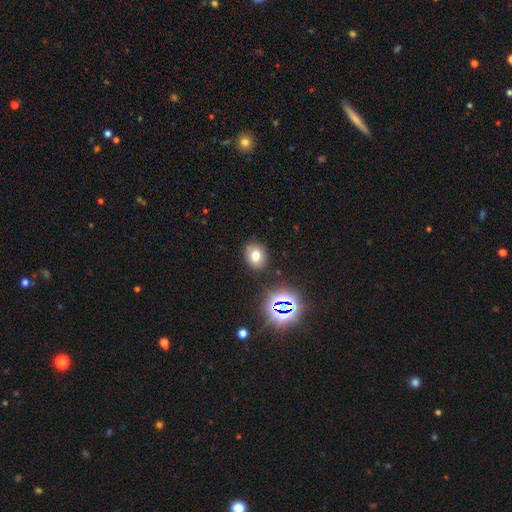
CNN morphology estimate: A smooth galaxy with no disk features (70%) that is round (56%). Merging: none (82%).